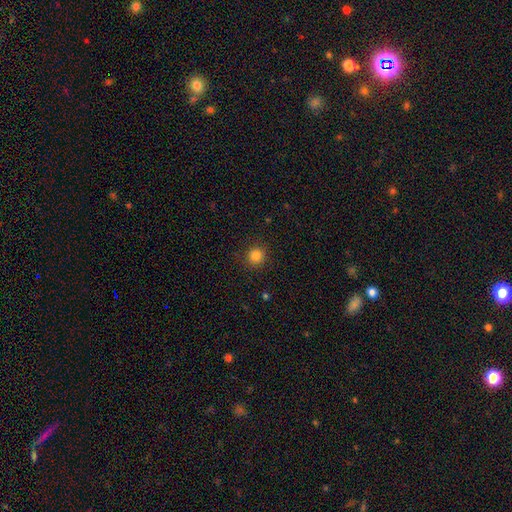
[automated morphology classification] Q: Smooth or featured?
A: smooth (83%); runner-up: star or artifact (12%)
Q: How rounded?
A: round (93%); runner-up: in between (6%)
Q: Merging?
A: none (90%); runner-up: minor disturbance (6%)